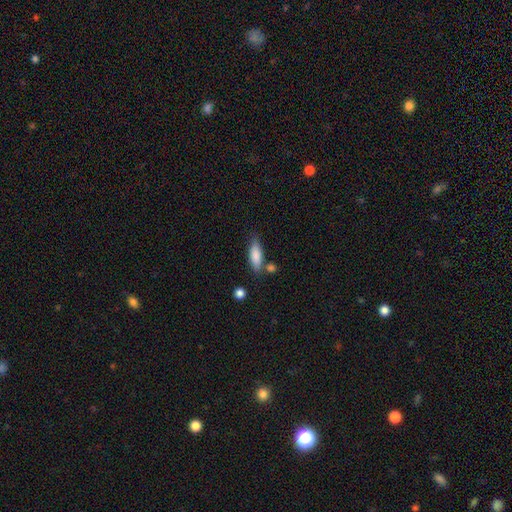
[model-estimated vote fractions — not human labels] Smooth or featured?
  - smooth: 82% *
  - featured or disk: 11%
  - star or artifact: 6%
How rounded?
  - in between: 59% *
  - cigar-shaped: 39%
  - round: 2%
Merging?
  - none: 68% *
  - minor disturbance: 17%
  - merger: 10%
  - major disturbance: 4%